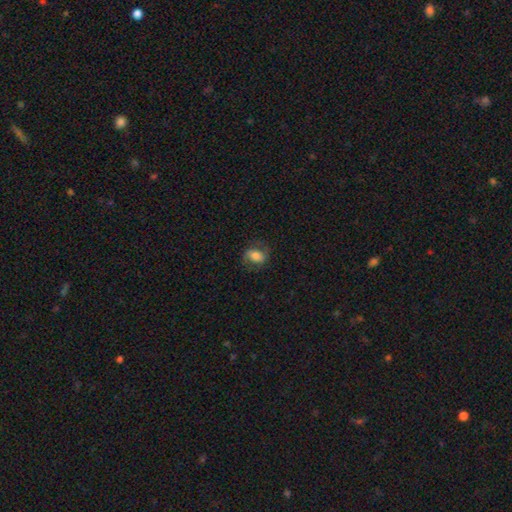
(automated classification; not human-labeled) Smooth or featured?
  - smooth: 56% *
  - featured or disk: 35%
  - star or artifact: 9%
How rounded?
  - in between: 75% *
  - round: 22%
  - cigar-shaped: 3%
Merging?
  - none: 70% *
  - minor disturbance: 18%
  - major disturbance: 11%
  - merger: 1%